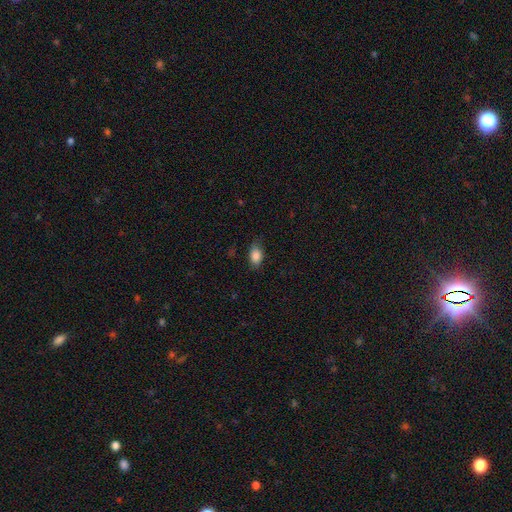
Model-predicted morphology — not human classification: A smooth galaxy with no disk features (87%) that is in between round and cigar-shaped (88%). Merging: none (76%).